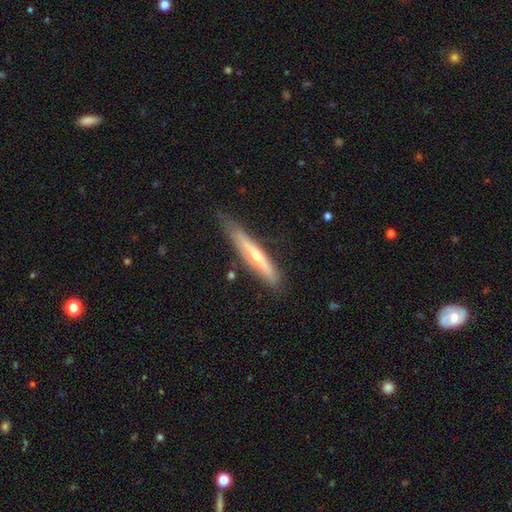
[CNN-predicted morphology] smooth_or_featured: featured or disk (p=0.58) [alt: smooth p=0.35]
disk_edge_on: yes (p=0.90) [alt: no p=0.10]
edge_on_bulge: rounded (p=0.77) [alt: none p=0.20]
merging: none (p=0.79) [alt: minor disturbance p=0.16]